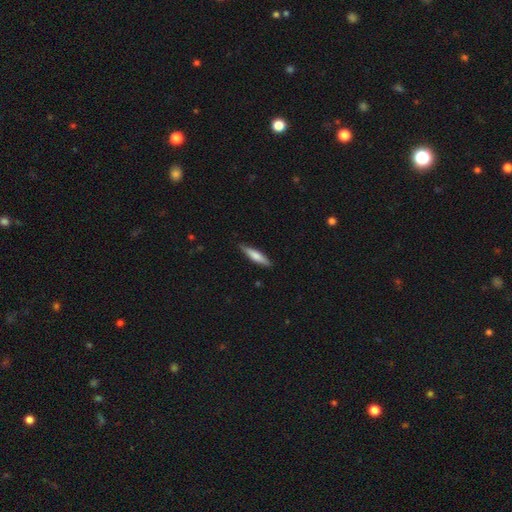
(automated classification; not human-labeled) Smooth or featured? Predicted: smooth (p=0.66). How rounded? Predicted: cigar-shaped (p=0.82). Merging? Predicted: none (p=0.86).